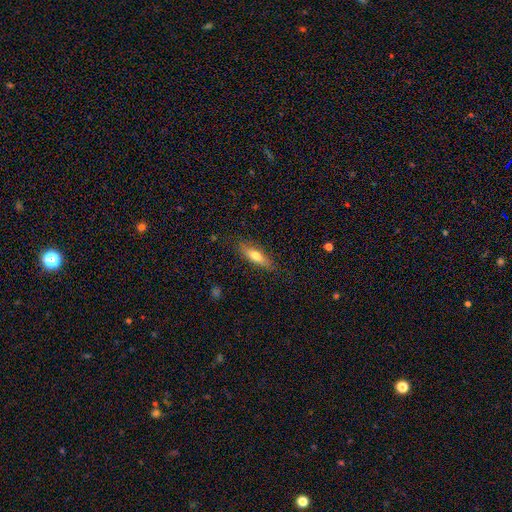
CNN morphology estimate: A smooth galaxy with no disk features (66%) that is cigar-shaped (50%).

Vote fractions:
- Smooth or featured? smooth: 66% / featured or disk: 27% / star or artifact: 7%
- How rounded? cigar-shaped: 50% / in between: 48% / round: 2%
- Merging? none: 82% / minor disturbance: 13% / major disturbance: 3% / merger: 1%